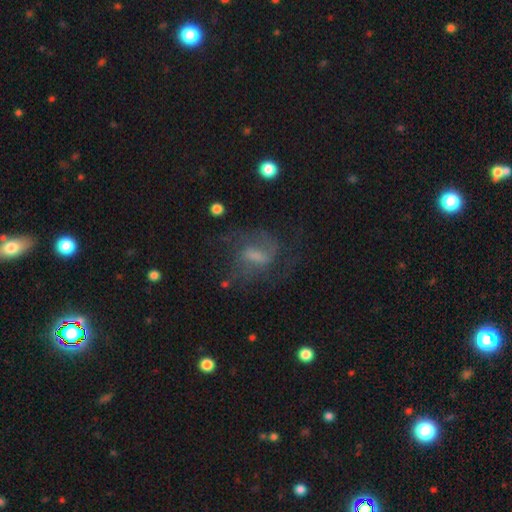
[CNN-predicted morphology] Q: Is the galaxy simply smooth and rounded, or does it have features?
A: featured or disk — 65%.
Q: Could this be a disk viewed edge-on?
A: no — 95%.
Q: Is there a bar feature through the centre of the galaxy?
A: weak — 50%.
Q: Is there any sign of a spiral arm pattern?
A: yes — 82%.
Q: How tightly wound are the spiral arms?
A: medium — 49%.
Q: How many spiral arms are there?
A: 2 — 51%.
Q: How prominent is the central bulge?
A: moderate — 34%.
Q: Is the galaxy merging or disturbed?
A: none — 53%.